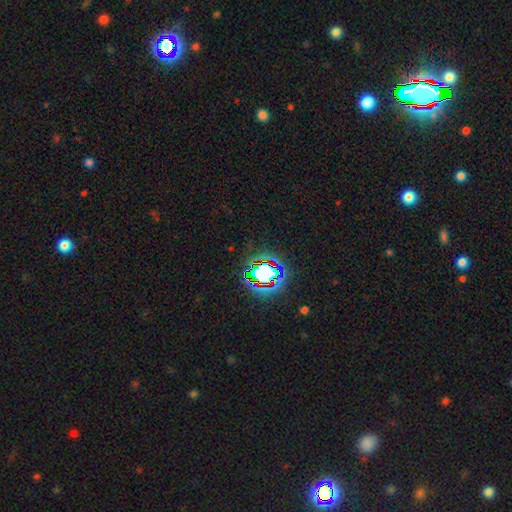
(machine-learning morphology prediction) A star or artifact, not a galaxy (79%).

Vote fractions:
- Smooth or featured? star or artifact: 79% / smooth: 12% / featured or disk: 9%